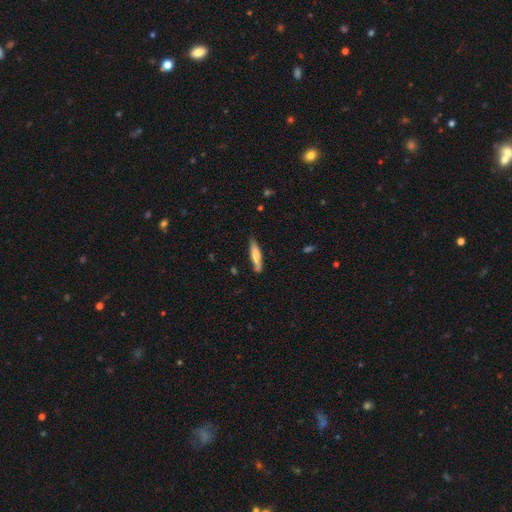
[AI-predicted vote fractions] Morphology: type=smooth (65%); roundness=cigar-shaped (84%); merging=none (78%).